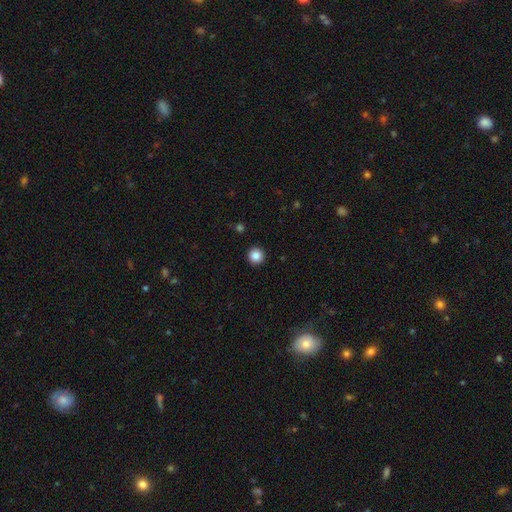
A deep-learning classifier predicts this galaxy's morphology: Smooth or featured: smooth — 86% (star or artifact — 10%)
How rounded: round — 96% (in between — 3%)
Merging: none — 93% (minor disturbance — 4%)